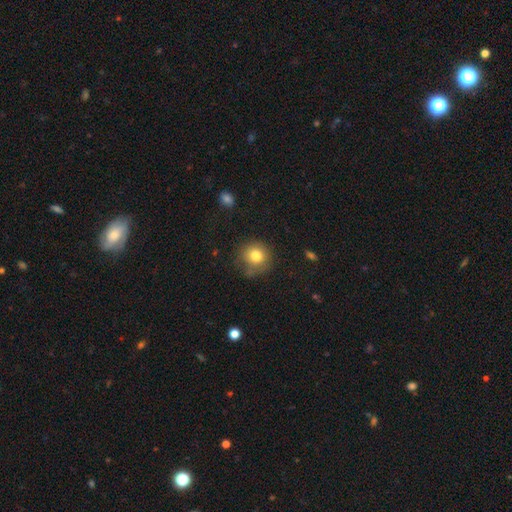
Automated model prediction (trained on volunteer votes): smooth 80%, star or artifact 10%, featured or disk 10%. Down the decision tree: how rounded — round (89%); merging — none (72%).